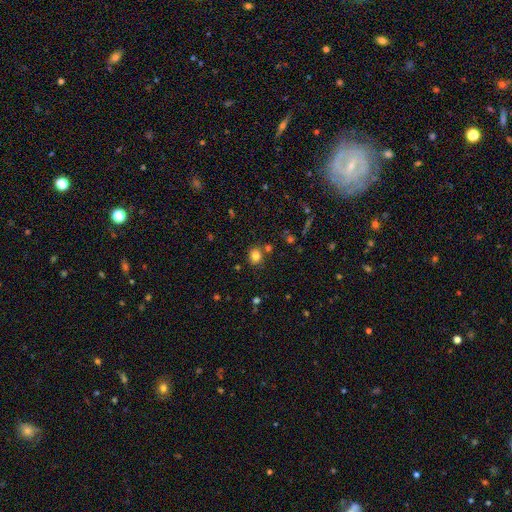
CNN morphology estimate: Smooth or featured: smooth — 81% (star or artifact — 13%)
How rounded: round — 74% (in between — 25%)
Merging: none — 80% (minor disturbance — 9%)